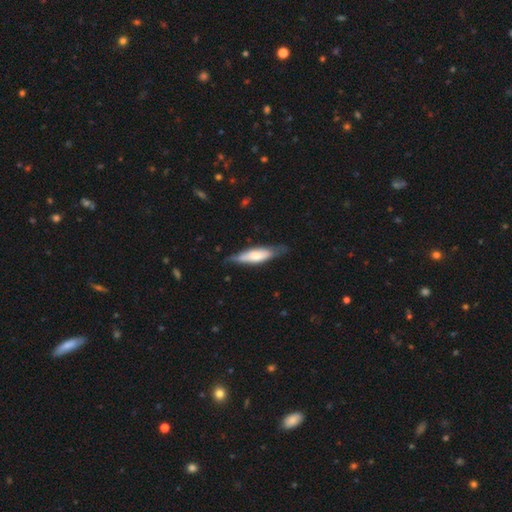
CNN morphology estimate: Overall: smooth (53%; featured or disk 42%). How rounded: cigar-shaped (60%; in between 38%). Merging: none (69%).